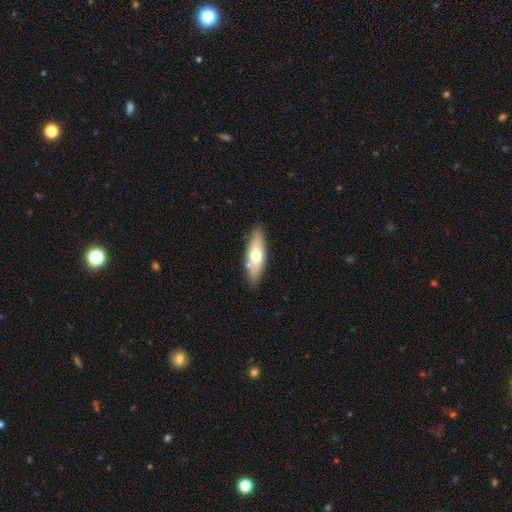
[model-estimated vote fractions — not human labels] Smooth or featured? smooth (61%)
How rounded? cigar-shaped (49%, tied with in between)
Merging? none (81%)